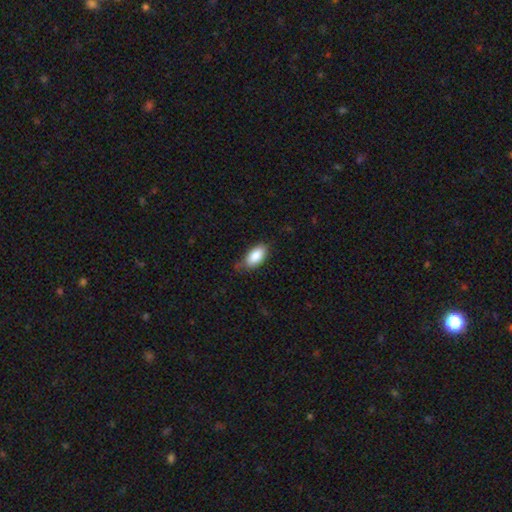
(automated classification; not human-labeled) smooth-or-featured: smooth: 87% | featured or disk: 7% | star or artifact: 6%
  how-rounded: in between: 93% | cigar-shaped: 4% | round: 3%
  merging: none: 68% | minor disturbance: 26% | major disturbance: 5% | merger: 1%